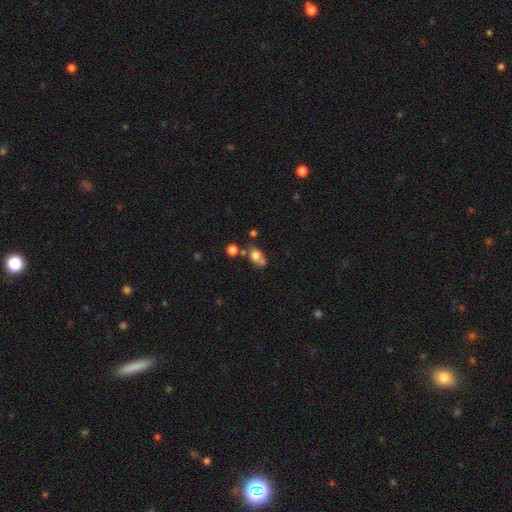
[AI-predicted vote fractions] This is likely a smooth galaxy (70%). How rounded: likely in between (63%). Merging: marginally none (43%).